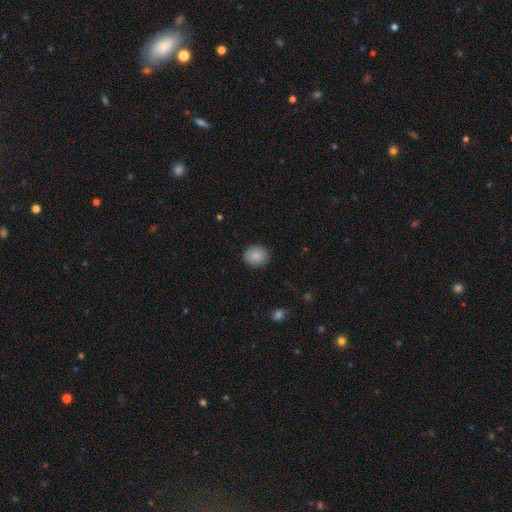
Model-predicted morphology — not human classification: Smooth or featured? smooth (86%)
How rounded? round (61%)
Merging? none (88%)